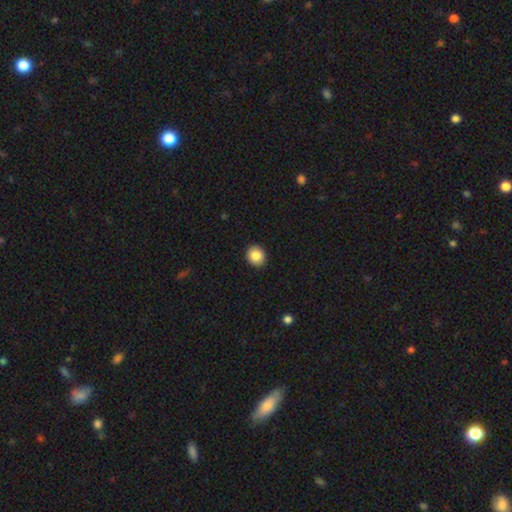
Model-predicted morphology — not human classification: The model was most divided on "how rounded": round: 78%, in between: 21%, cigar-shaped: 1%. More confident: merging — none (92%); smooth or featured — smooth (85%).